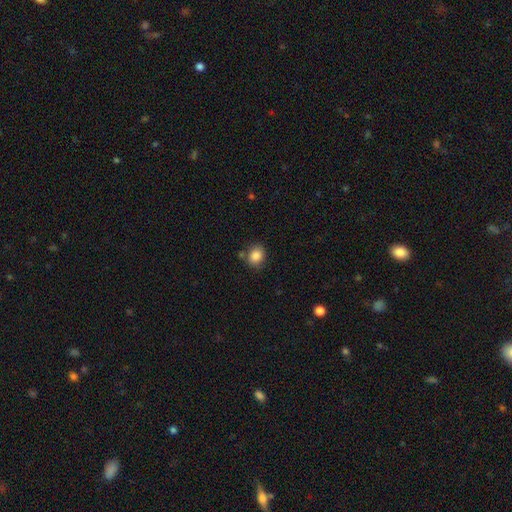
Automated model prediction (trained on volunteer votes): Q: Smooth or featured?
A: smooth (86%); runner-up: star or artifact (9%)
Q: How rounded?
A: round (69%); runner-up: in between (30%)
Q: Merging?
A: none (73%); runner-up: minor disturbance (15%)